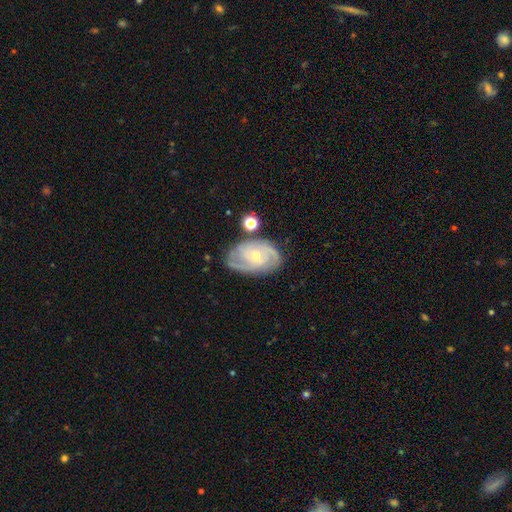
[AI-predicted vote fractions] Smooth or featured? Predicted: featured or disk (p=0.83). Edge-on disk? Predicted: no (p=0.96). Bar? Predicted: no (p=0.63). Spiral arms? Predicted: yes (p=0.95). Spiral winding? Predicted: tight (p=0.50). Spiral arm count? Predicted: 2 (p=0.44). Bulge size? Predicted: small (p=0.71). Merging? Predicted: none (p=0.71).